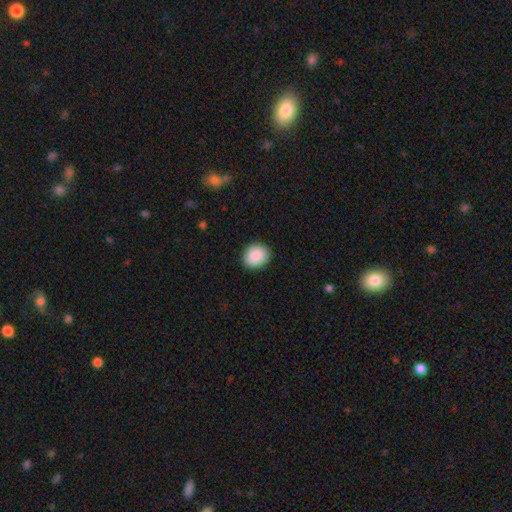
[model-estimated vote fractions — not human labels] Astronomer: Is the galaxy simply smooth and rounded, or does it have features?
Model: smooth — 89%.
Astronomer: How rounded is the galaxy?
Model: round — 66%.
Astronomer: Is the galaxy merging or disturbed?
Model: none — 89%.